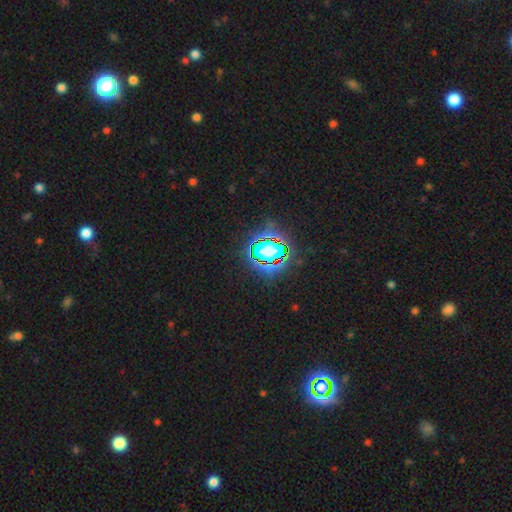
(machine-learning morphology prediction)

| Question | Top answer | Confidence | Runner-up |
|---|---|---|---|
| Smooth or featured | star or artifact | 70% | smooth (18%) |